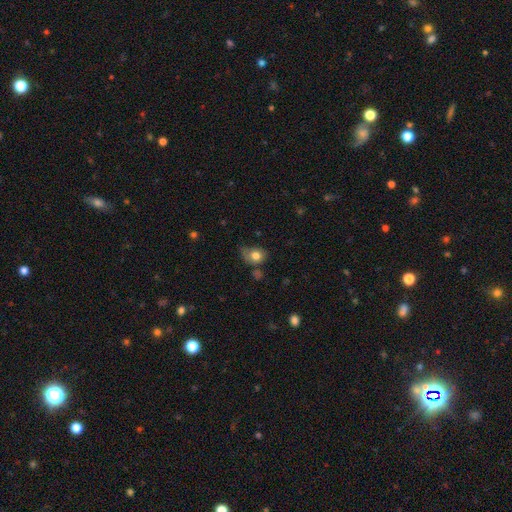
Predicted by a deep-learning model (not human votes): A smooth galaxy with no disk features (78%) that is round (51%).

Vote fractions:
- Smooth or featured? smooth: 78% / featured or disk: 13% / star or artifact: 10%
- How rounded? round: 51% / in between: 48% / cigar-shaped: 1%
- Merging? none: 39% / minor disturbance: 36% / major disturbance: 18% / merger: 7%